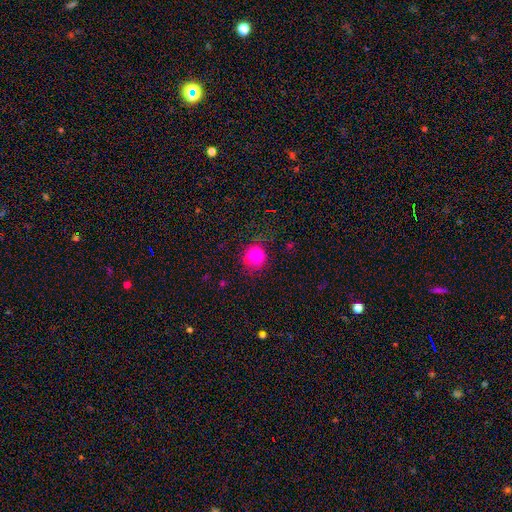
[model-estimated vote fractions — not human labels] Smooth or featured: smooth — 82% (star or artifact — 11%)
How rounded: round — 83% (in between — 16%)
Merging: none — 66% (minor disturbance — 23%)